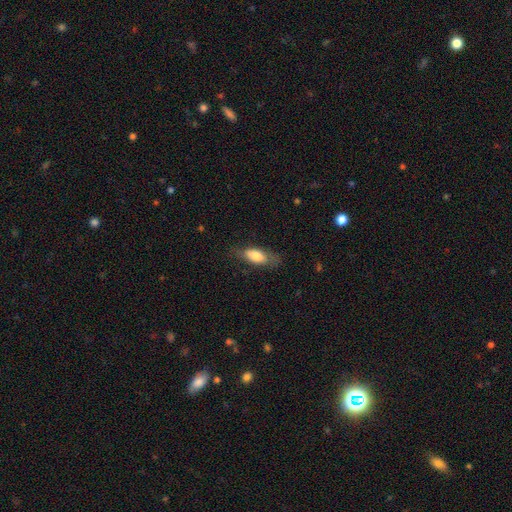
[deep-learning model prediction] smooth-or-featured: smooth: 74% | featured or disk: 19% | star or artifact: 7%
  how-rounded: in between: 75% | cigar-shaped: 21% | round: 3%
  merging: none: 69% | minor disturbance: 21% | major disturbance: 8% | merger: 1%